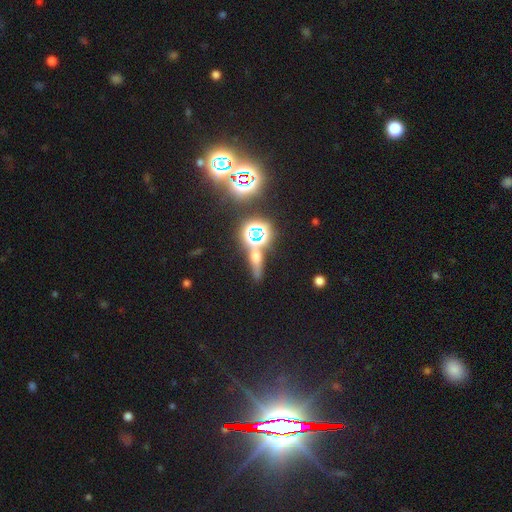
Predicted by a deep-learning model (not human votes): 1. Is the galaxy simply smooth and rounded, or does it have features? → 43% star or artifact, 36% smooth, 21% featured or disk.